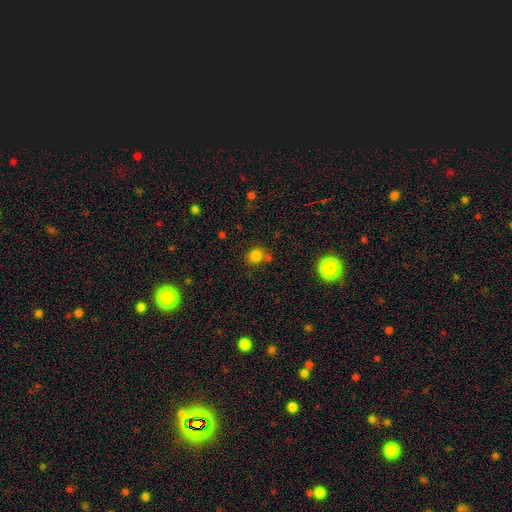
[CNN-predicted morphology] Smooth or featured: smooth — 80% (star or artifact — 15%)
How rounded: round — 80% (in between — 19%)
Merging: none — 69% (merger — 16%)